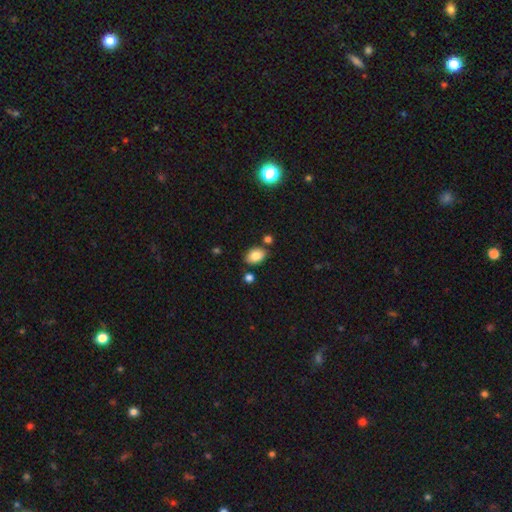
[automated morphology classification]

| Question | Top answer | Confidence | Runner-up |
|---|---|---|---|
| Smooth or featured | smooth | 84% | star or artifact (8%) |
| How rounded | in between | 83% | round (16%) |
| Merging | none | 79% | minor disturbance (11%) |